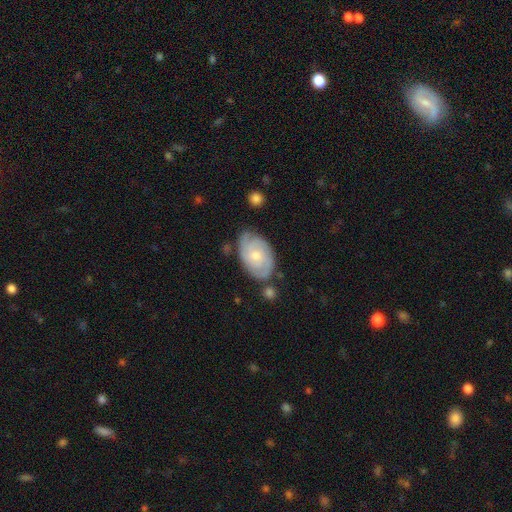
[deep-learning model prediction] Smooth or featured?
  - featured or disk: 72% *
  - smooth: 23%
  - star or artifact: 6%
Edge-on disk?
  - no: 96% *
  - yes: 4%
Bar?
  - no: 76% *
  - weak: 21%
  - strong: 3%
Spiral arms?
  - yes: 91% *
  - no: 9%
Spiral winding?
  - tight: 68% *
  - medium: 25%
  - loose: 7%
Spiral arm count?
  - 2: 33% *
  - can't tell: 32%
  - 3: 21%
  - 4: 7%
  - 1: 4%
  - more than 4: 4%
Bulge size?
  - moderate: 48% * (tied)
  - small: 48% * (tied)
  - large: 2%
  - none: 1%
  - dominant: 1%
Merging?
  - none: 69% *
  - minor disturbance: 22%
  - major disturbance: 5%
  - merger: 5%